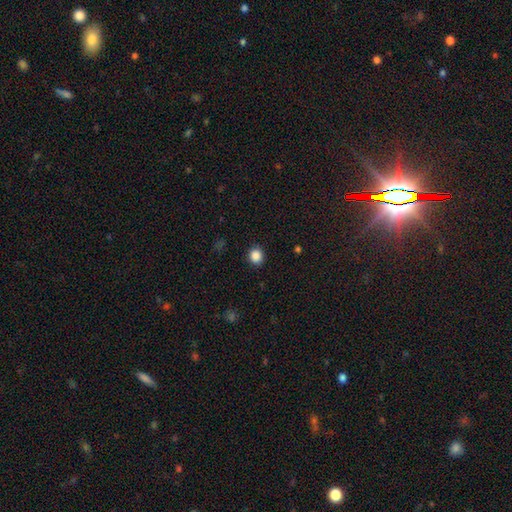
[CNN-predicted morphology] smooth 87%, star or artifact 10%, featured or disk 3%. Down the decision tree: how rounded — round (81%); merging — none (90%).